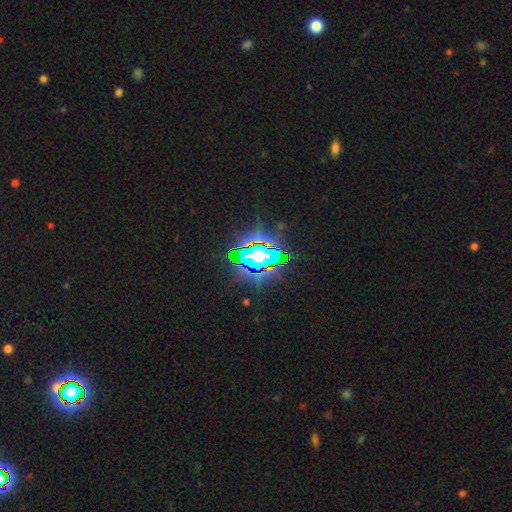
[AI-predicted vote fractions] This is likely a star or artifact rather than a galaxy (76%).